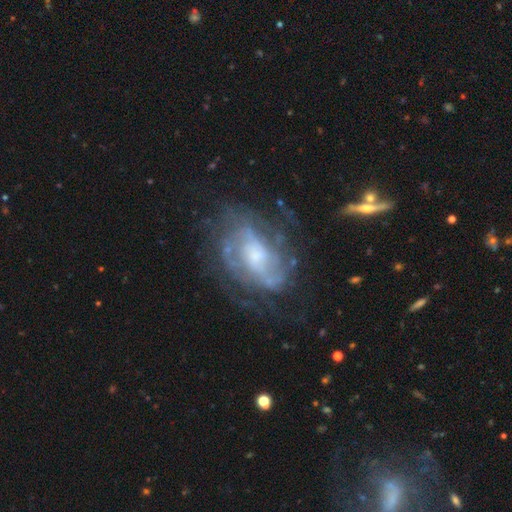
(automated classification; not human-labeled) Smooth or featured: featured or disk — 83% (smooth — 10%)
Edge-on disk: no — 96% (yes — 4%)
Bar: no — 59% (weak — 32%)
Spiral arms: yes — 88% (no — 12%)
Spiral winding: tight — 45% (medium — 39%)
Spiral arm count: 2 — 40% (can't tell — 34%)
Bulge size: small — 43% (moderate — 40%)
Merging: none — 64% (minor disturbance — 19%)